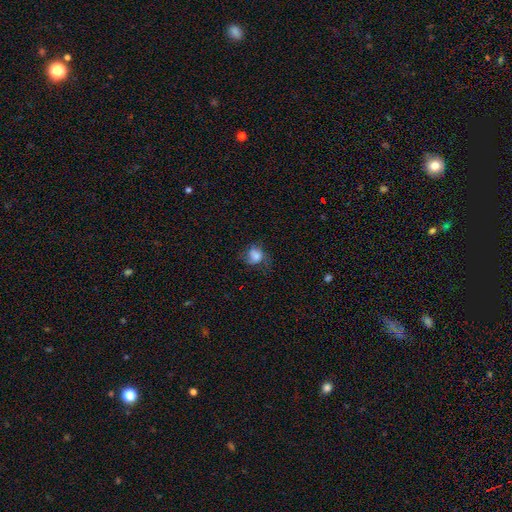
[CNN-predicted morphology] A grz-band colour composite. It shows a smooth galaxy with no disk features (70%) that is round (56%). Merging: none (45%).